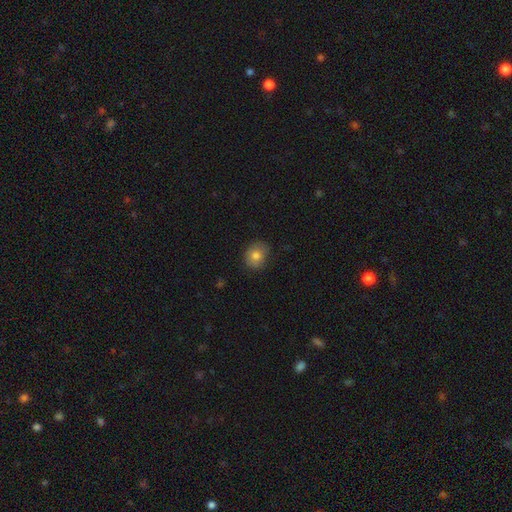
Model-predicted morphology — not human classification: This appears to be a smooth galaxy with no disk features (80%) that is round (59%). Merging: none (78%).